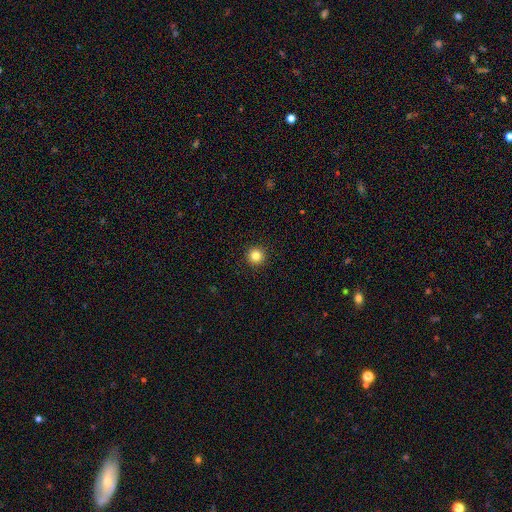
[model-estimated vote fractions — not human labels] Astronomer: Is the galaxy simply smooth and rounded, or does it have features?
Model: smooth — 83%.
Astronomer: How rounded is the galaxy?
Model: round — 96%.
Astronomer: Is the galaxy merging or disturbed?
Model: none — 94%.